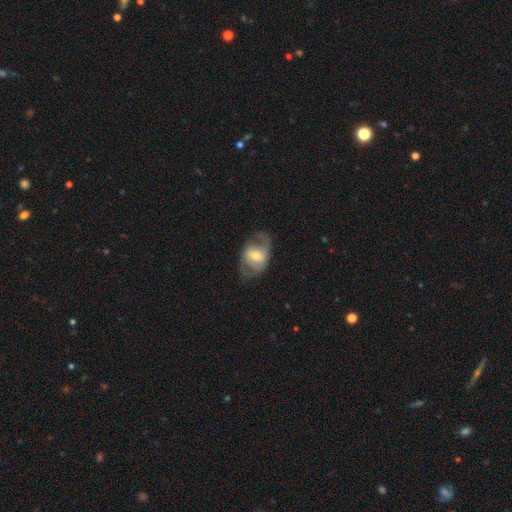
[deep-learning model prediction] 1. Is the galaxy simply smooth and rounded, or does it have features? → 63% featured or disk, 30% smooth, 7% star or artifact.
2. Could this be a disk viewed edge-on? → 94% no, 6% yes.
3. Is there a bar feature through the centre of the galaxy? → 45% weak, 31% no, 23% strong.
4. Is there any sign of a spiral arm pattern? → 76% yes, 24% no.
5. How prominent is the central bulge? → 59% moderate, 30% small, 8% large, 2% none, 1% dominant.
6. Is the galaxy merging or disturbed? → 59% none, 22% minor disturbance, 17% major disturbance, 1% merger.